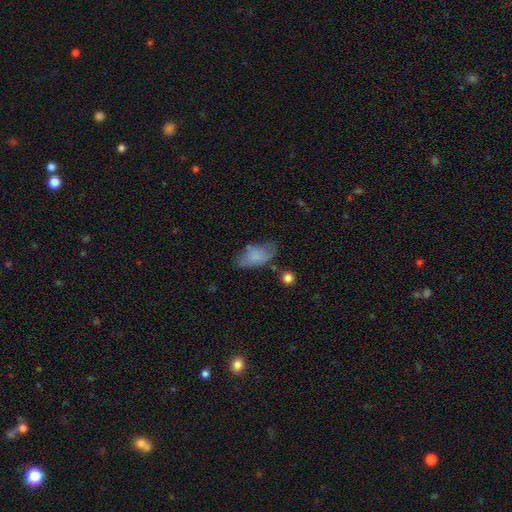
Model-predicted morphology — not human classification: A smooth galaxy with no disk features (73%) that is in between round and cigar-shaped (92%). Merging: none (54%).